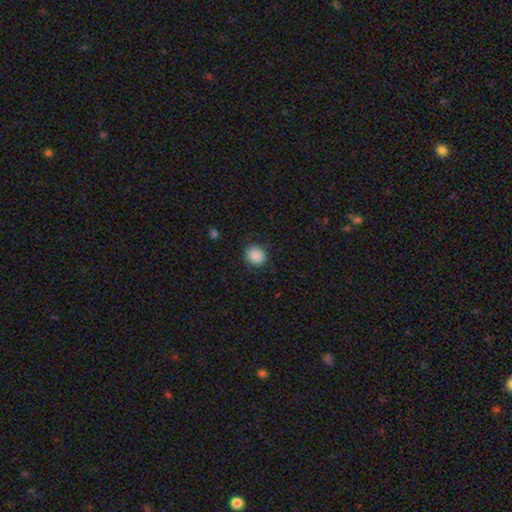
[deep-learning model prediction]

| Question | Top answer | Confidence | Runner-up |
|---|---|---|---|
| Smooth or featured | smooth | 89% | star or artifact (8%) |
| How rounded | round | 65% | in between (34%) |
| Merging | none | 84% | minor disturbance (11%) |